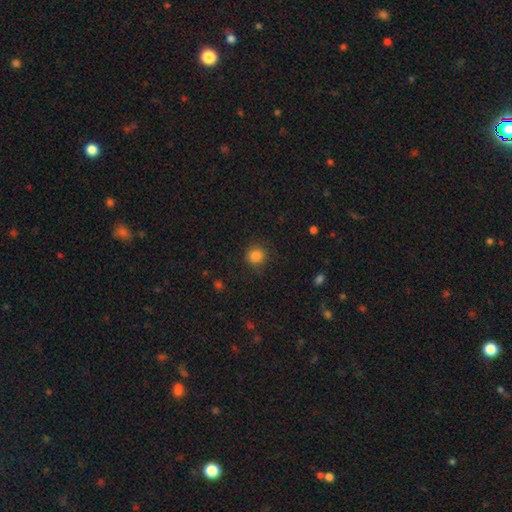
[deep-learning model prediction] Smooth or featured: smooth — 85% (star or artifact — 11%)
How rounded: round — 90% (in between — 9%)
Merging: none — 85% (minor disturbance — 10%)